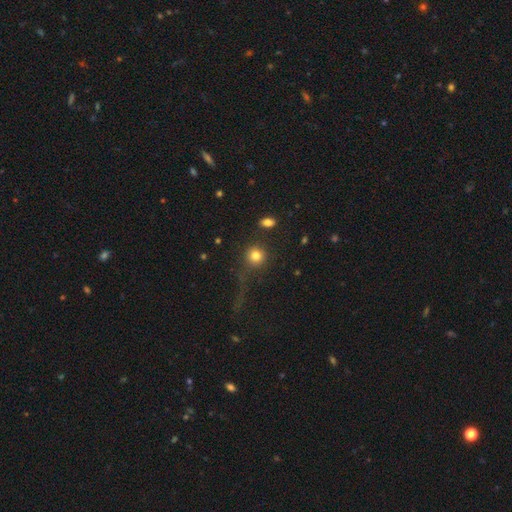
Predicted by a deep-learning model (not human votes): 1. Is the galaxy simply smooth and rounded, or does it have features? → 81% smooth, 11% star or artifact, 8% featured or disk.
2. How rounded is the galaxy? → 90% round, 9% in between, 1% cigar-shaped.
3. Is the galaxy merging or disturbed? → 77% none, 9% minor disturbance, 8% major disturbance, 6% merger.